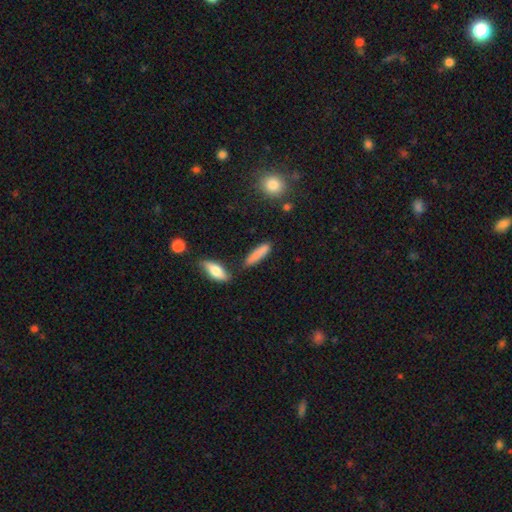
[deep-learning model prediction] A smooth galaxy with no disk features (82%) that is cigar-shaped (80%). Merging: none (79%).